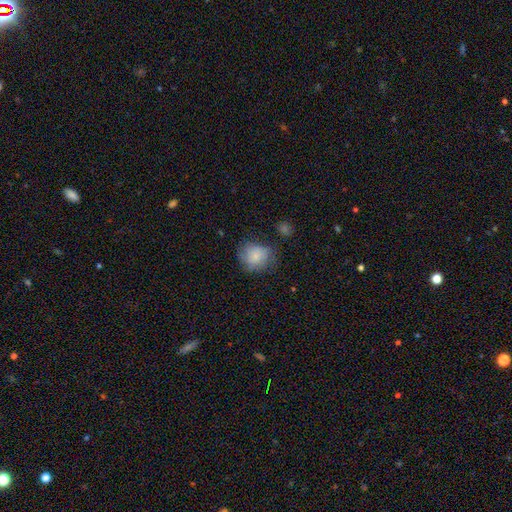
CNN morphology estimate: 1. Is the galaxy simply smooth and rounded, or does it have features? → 79% smooth, 13% featured or disk, 8% star or artifact.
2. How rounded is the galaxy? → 74% round, 25% in between, 1% cigar-shaped.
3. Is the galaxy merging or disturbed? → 62% none, 25% minor disturbance, 9% major disturbance, 4% merger.